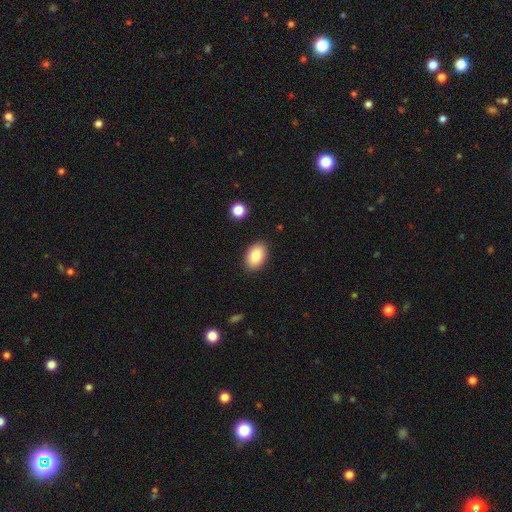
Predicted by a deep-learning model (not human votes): This appears to be a smooth galaxy with no disk features (85%) that is in between round and cigar-shaped (89%). Merging: none (88%).